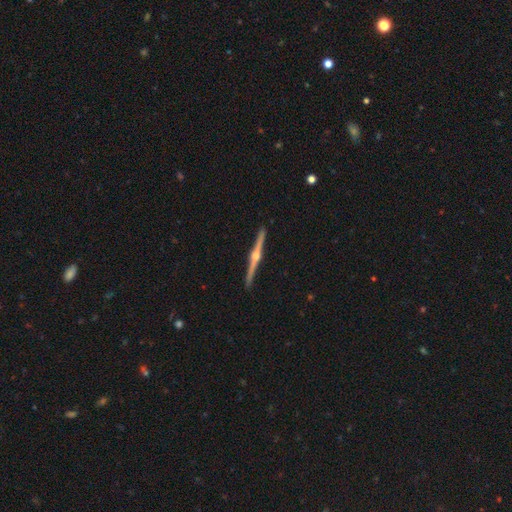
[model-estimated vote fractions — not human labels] Smooth or featured? featured or disk (88%)
Edge-on disk? yes (99%)
Edge-on bulge? rounded (95%)
Merging? none (93%)